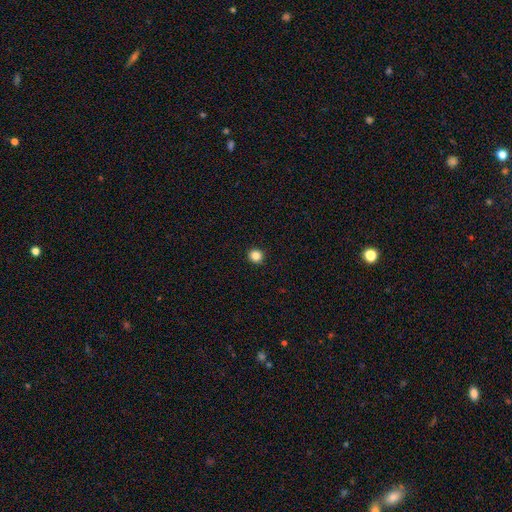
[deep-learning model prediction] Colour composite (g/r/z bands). It shows a smooth galaxy with no disk features (85%) that is round (91%). Merging: none (93%).